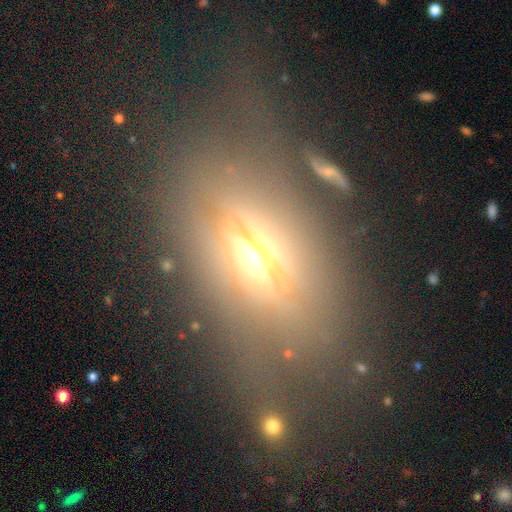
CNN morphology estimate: smooth_or_featured: featured or disk (p=0.59) [alt: smooth p=0.28]
disk_edge_on: yes (p=0.70) [alt: no p=0.30]
merging: none (p=0.51) [alt: major disturbance p=0.26]